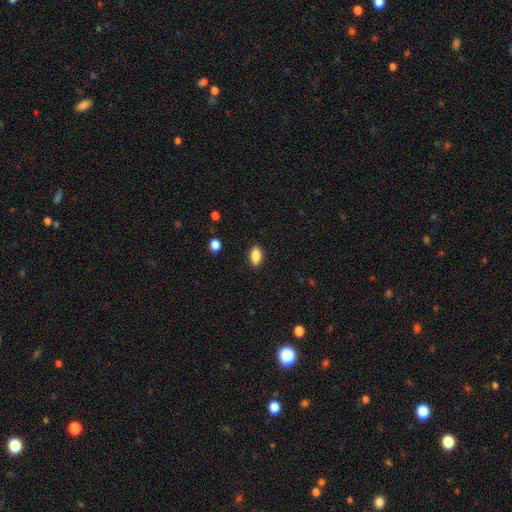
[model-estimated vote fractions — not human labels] A smooth galaxy with no disk features (87%) that is in between round and cigar-shaped (87%). Merging: none (88%).